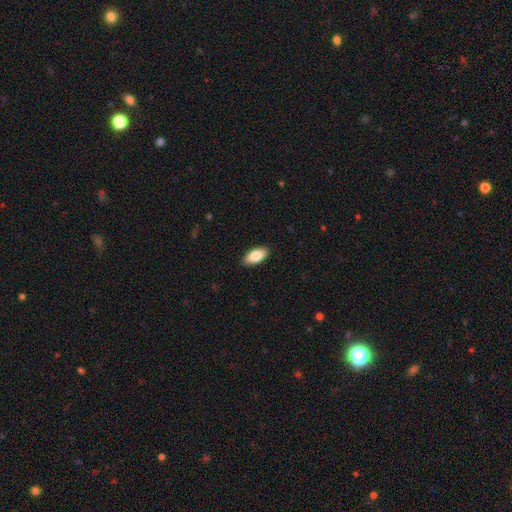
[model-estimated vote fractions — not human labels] Overall: smooth (84%). How rounded: in between (91%). Merging: none (89%).